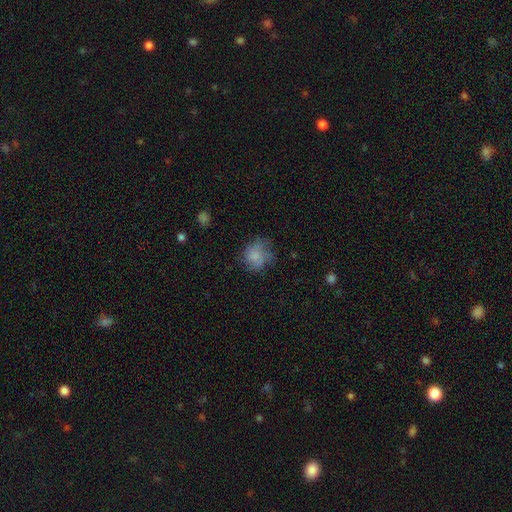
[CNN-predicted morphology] Smooth or featured?
  - smooth: 65% *
  - featured or disk: 24%
  - star or artifact: 11%
How rounded?
  - round: 69% *
  - in between: 30%
  - cigar-shaped: 1%
Merging?
  - none: 52% *
  - minor disturbance: 27%
  - major disturbance: 19%
  - merger: 2%